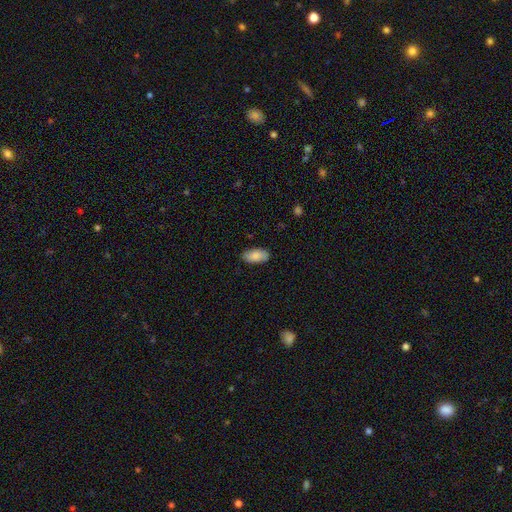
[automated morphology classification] Smooth or featured: smooth — 85% (featured or disk — 9%)
How rounded: in between — 92% (cigar-shaped — 6%)
Merging: none — 86% (minor disturbance — 11%)